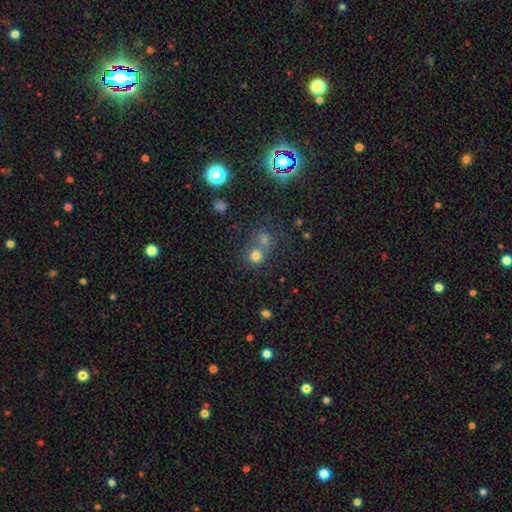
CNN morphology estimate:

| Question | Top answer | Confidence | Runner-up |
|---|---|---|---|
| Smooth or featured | smooth | 74% | star or artifact (17%) |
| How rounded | round | 86% | in between (13%) |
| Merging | none | 49% | merger (40%) |